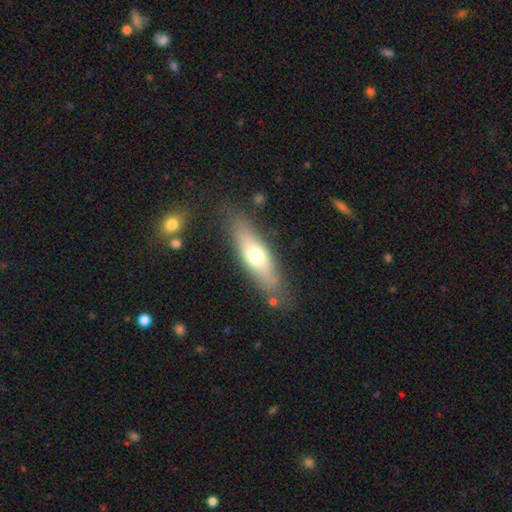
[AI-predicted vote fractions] Smooth or featured: smooth — 58% (featured or disk — 36%)
How rounded: cigar-shaped — 57% (in between — 41%)
Merging: none — 79% (minor disturbance — 14%)